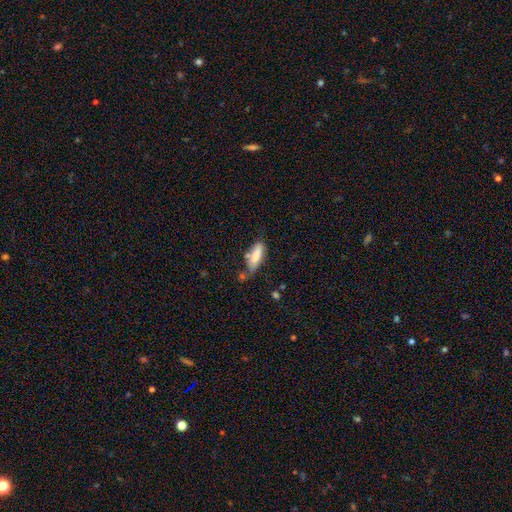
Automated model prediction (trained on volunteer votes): Q: Smooth or featured?
A: smooth (79%); runner-up: featured or disk (13%)
Q: How rounded?
A: in between (58%); runner-up: cigar-shaped (40%)
Q: Merging?
A: none (46%); runner-up: minor disturbance (30%)